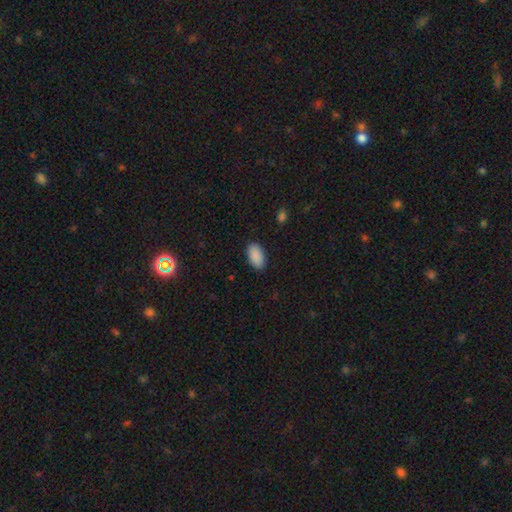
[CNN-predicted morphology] smooth-or-featured: smooth: 91% | star or artifact: 6% | featured or disk: 3%
  how-rounded: in between: 95% | round: 3% | cigar-shaped: 2%
  merging: none: 89% | minor disturbance: 8% | major disturbance: 2% | merger: 1%